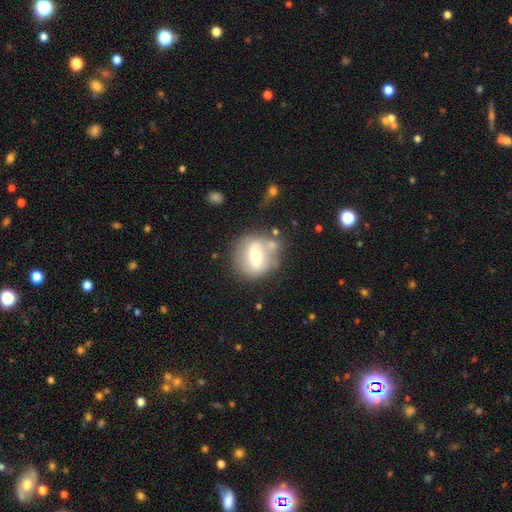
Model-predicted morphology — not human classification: smooth-or-featured: featured or disk: 55% | smooth: 37% | star or artifact: 8%
  disk-edge-on: no: 89% | yes: 11%
  merging: none: 69% | minor disturbance: 15% | merger: 9% | major disturbance: 7%